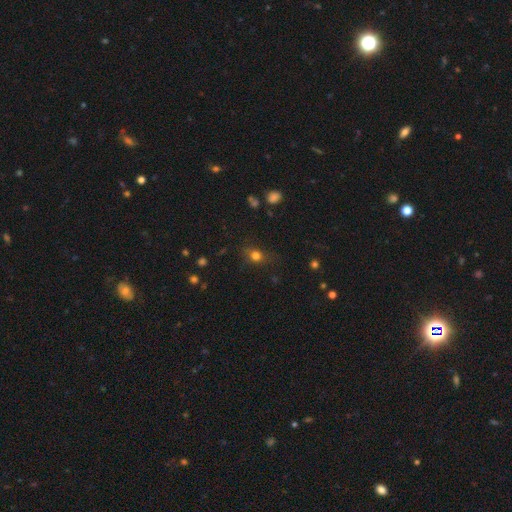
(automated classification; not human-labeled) Smooth or featured? Predicted: smooth (p=0.74). How rounded? Predicted: round (p=0.65). Merging? Predicted: none (p=0.75).